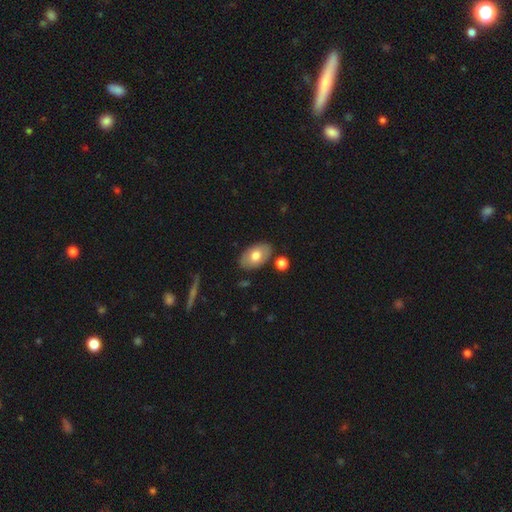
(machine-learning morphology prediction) type=smooth (70%); roundness=in between (92%); merging=none (83%).